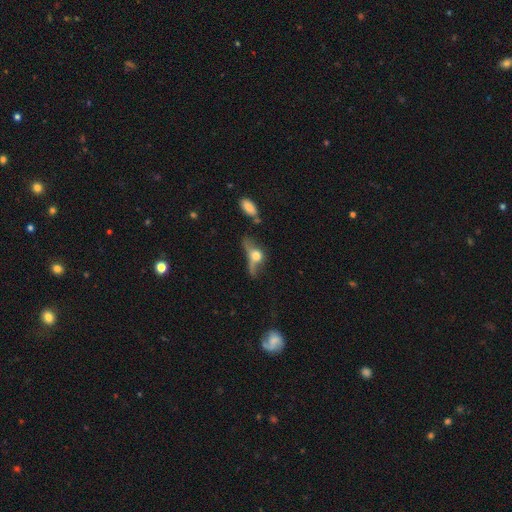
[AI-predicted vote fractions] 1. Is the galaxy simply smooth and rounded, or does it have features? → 47% smooth, 39% featured or disk, 13% star or artifact.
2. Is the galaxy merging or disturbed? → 41% major disturbance, 24% none, 18% minor disturbance, 16% merger.